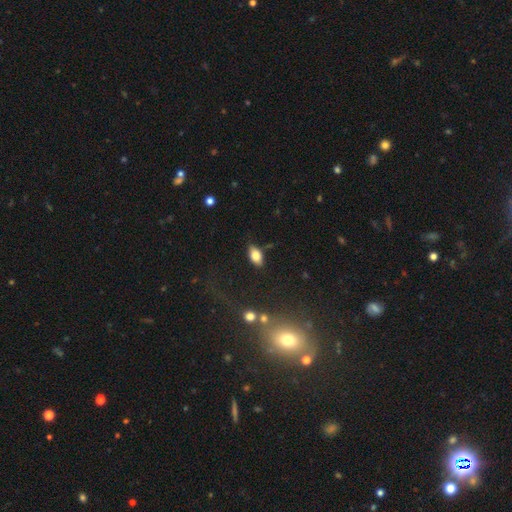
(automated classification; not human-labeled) Morphology: type=smooth (77%); roundness=in between (91%); merging=none (78%).